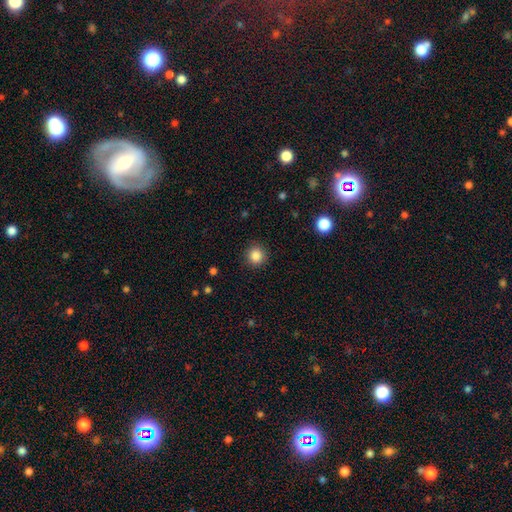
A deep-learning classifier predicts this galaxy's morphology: Smooth or featured?
  - smooth: 85% *
  - star or artifact: 11%
  - featured or disk: 4%
How rounded?
  - round: 93% *
  - in between: 6%
  - cigar-shaped: 1%
Merging?
  - none: 91% *
  - minor disturbance: 6%
  - major disturbance: 2%
  - merger: 1%